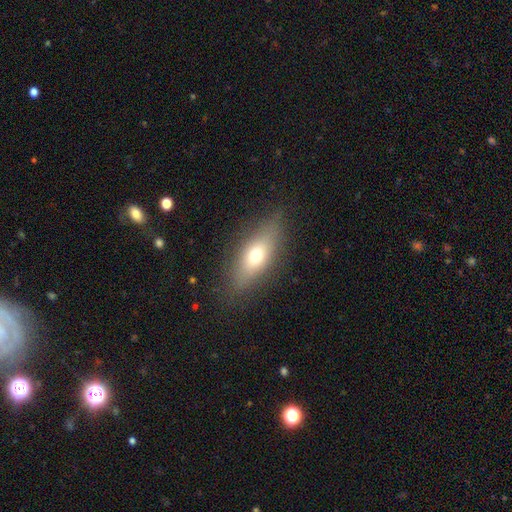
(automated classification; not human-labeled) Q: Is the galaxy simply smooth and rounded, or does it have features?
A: smooth — 64%.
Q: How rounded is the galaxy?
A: in between — 70%.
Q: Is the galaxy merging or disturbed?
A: none — 81%.